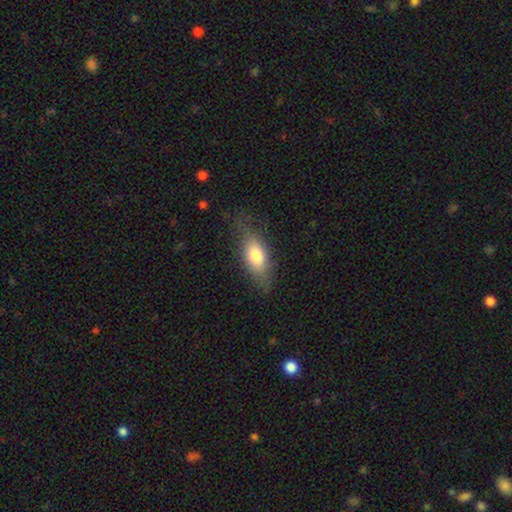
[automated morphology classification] This is likely a smooth galaxy (72%). How rounded: likely in between (78%). Merging: likely none (69%).